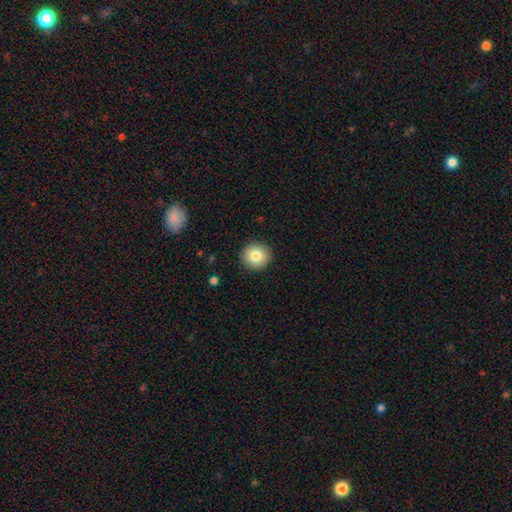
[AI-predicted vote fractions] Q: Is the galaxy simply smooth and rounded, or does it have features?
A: smooth — 82%.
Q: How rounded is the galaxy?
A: round — 93%.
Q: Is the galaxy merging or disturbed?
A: none — 92%.